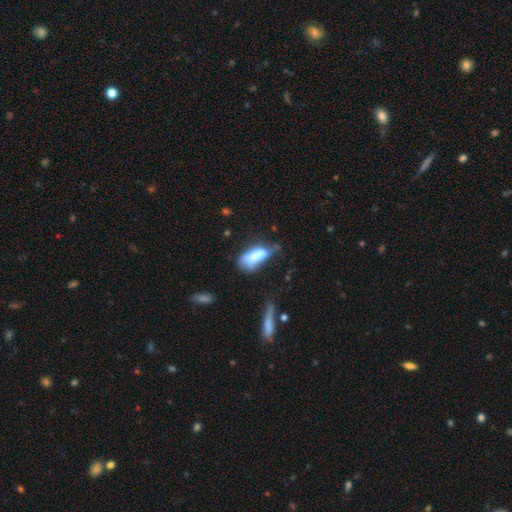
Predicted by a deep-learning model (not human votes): A smooth galaxy with no disk features (69%) that is in between round and cigar-shaped (74%). Merging: minor disturbance (34%).